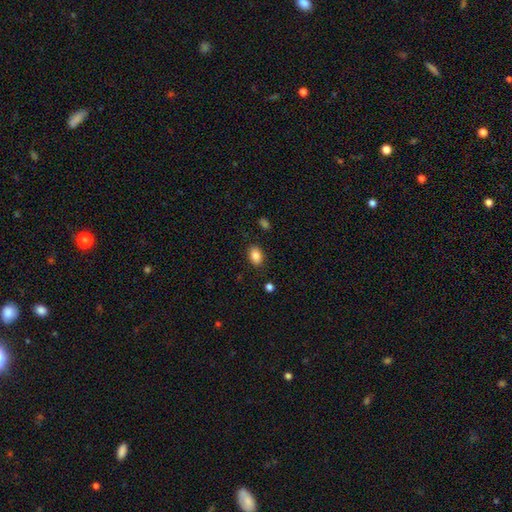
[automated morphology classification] Smooth or featured? Predicted: smooth (p=0.86). How rounded? Predicted: in between (p=0.81). Merging? Predicted: none (p=0.86).